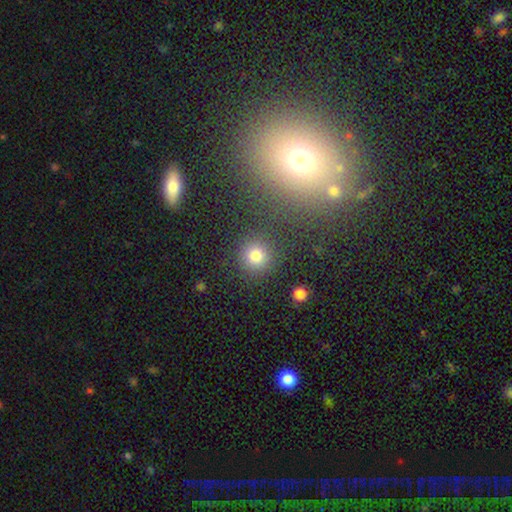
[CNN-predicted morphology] smooth 77%, star or artifact 16%, featured or disk 7%. Down the decision tree: how rounded — round (92%); merging — none (85%).